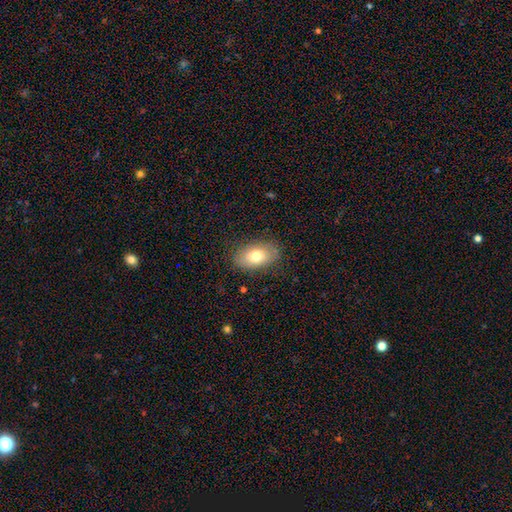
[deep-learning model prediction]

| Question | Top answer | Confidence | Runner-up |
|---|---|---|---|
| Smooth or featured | smooth | 74% | featured or disk (19%) |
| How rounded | in between | 90% | round (9%) |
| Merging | none | 83% | minor disturbance (12%) |